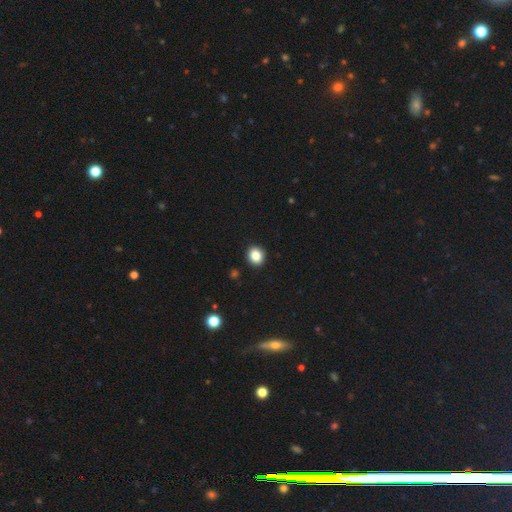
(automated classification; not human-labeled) Q: Smooth or featured?
A: smooth (85%); runner-up: star or artifact (10%)
Q: How rounded?
A: round (74%); runner-up: in between (25%)
Q: Merging?
A: none (92%); runner-up: minor disturbance (5%)